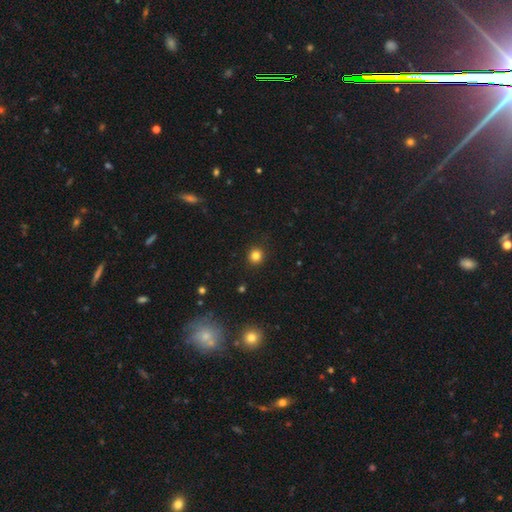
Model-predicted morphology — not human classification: The model was most divided on "smooth or featured": smooth: 82%, star or artifact: 13%, featured or disk: 5%. More confident: how rounded — round (92%); merging — none (92%).